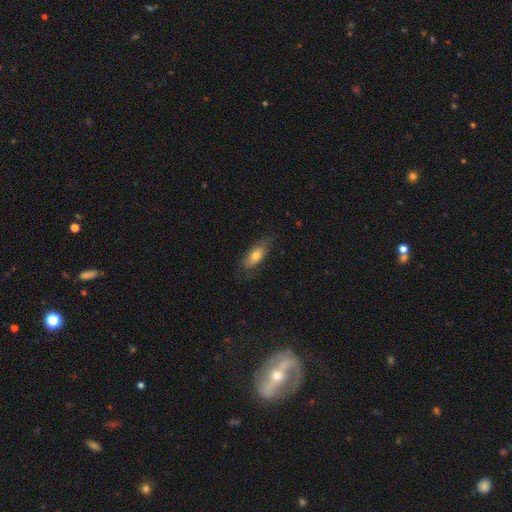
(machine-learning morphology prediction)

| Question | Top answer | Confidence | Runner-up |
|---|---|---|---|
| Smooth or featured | smooth | 69% | featured or disk (24%) |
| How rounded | in between | 77% | cigar-shaped (20%) |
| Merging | none | 73% | minor disturbance (20%) |